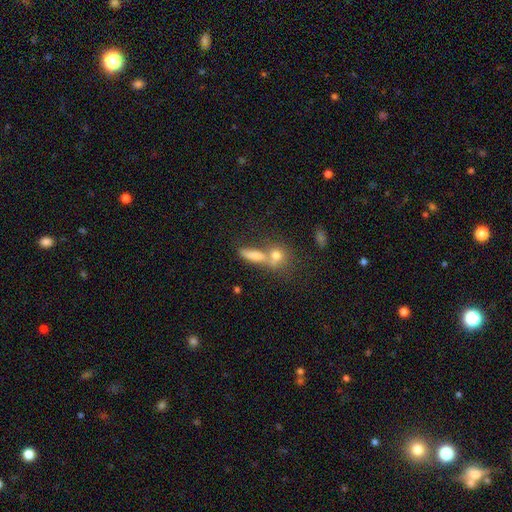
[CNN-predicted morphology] smooth_or_featured: smooth (p=0.64) [alt: featured or disk p=0.22]
how_rounded: in between (p=0.43) [alt: cigar-shaped p=0.38]
merging: merger (p=0.44) [alt: none p=0.40]